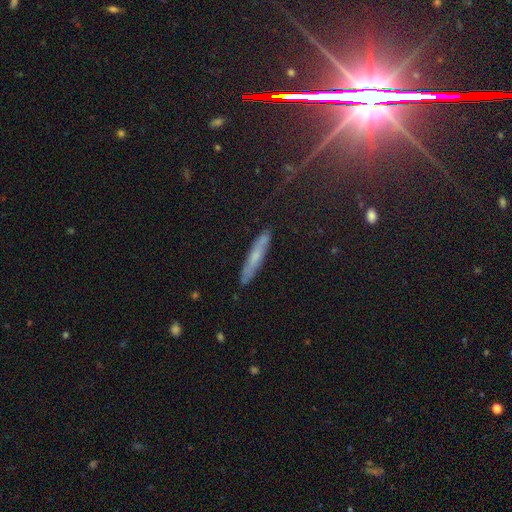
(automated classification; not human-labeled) A smooth galaxy with no disk features (51%) that is cigar-shaped (91%). Merging: none (85%).